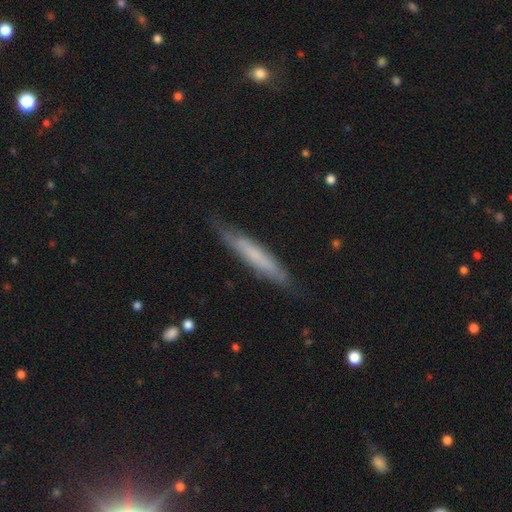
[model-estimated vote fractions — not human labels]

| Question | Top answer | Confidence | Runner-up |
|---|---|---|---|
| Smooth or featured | smooth | 49% | featured or disk (44%) |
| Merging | none | 77% | minor disturbance (18%) |